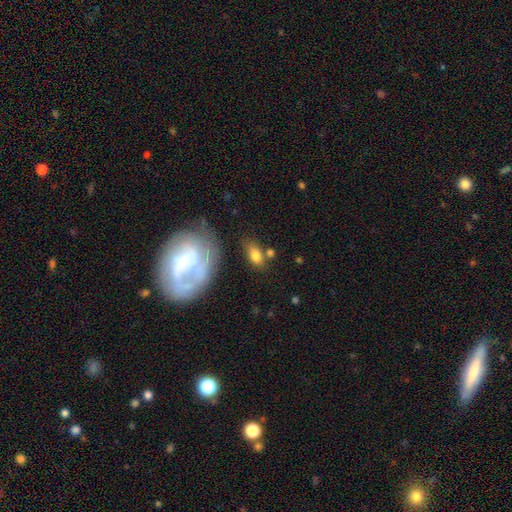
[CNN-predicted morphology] type=smooth (77%); roundness=in between (88%); merging=none (66%).